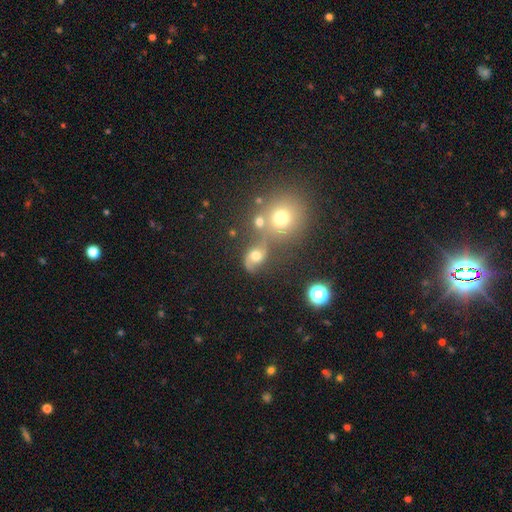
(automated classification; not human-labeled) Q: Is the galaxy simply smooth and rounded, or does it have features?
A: featured or disk — 49%.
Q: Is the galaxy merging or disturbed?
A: none — 48%.